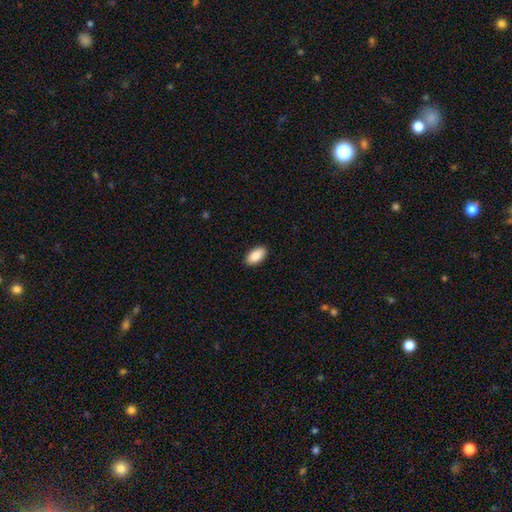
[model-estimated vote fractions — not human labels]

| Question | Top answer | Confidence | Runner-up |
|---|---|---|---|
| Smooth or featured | smooth | 90% | star or artifact (6%) |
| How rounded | in between | 95% | cigar-shaped (3%) |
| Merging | none | 90% | minor disturbance (7%) |